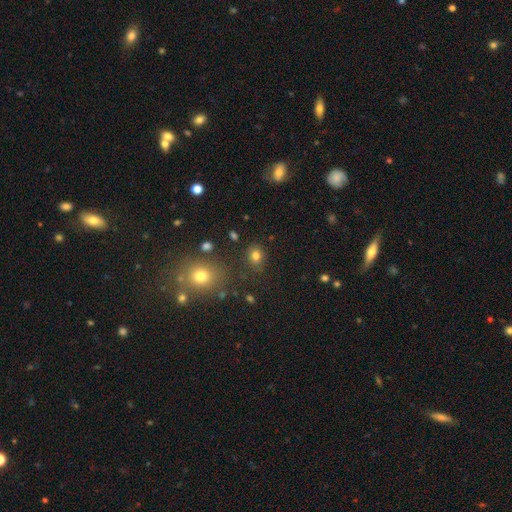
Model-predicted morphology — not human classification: A smooth galaxy with no disk features (78%) that is round (57%). Merging: none (82%).